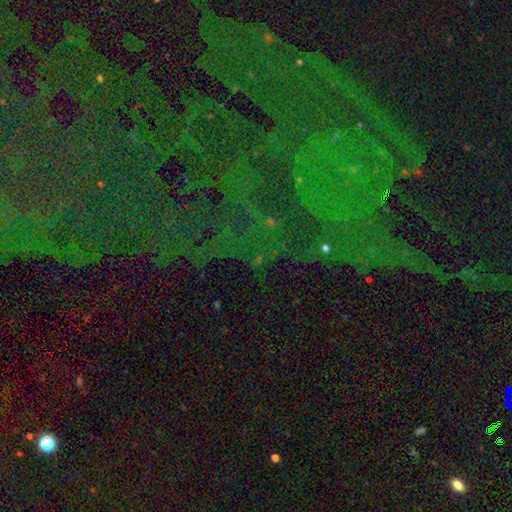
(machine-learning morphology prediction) smooth_or_featured: star or artifact (p=0.79) [alt: smooth p=0.11]